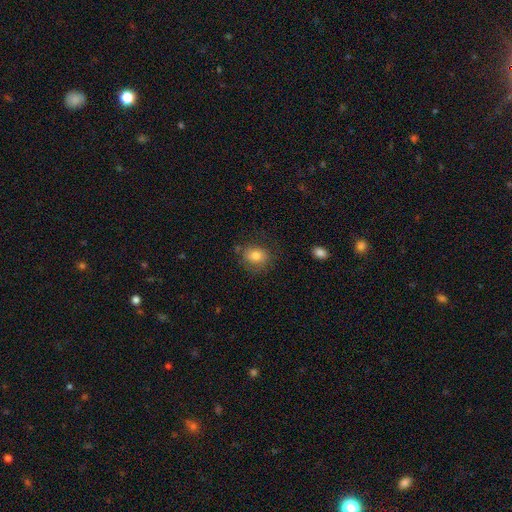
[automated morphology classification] Q: Smooth or featured?
A: smooth (78%); runner-up: featured or disk (13%)
Q: How rounded?
A: round (59%); runner-up: in between (40%)
Q: Merging?
A: none (69%); runner-up: minor disturbance (20%)